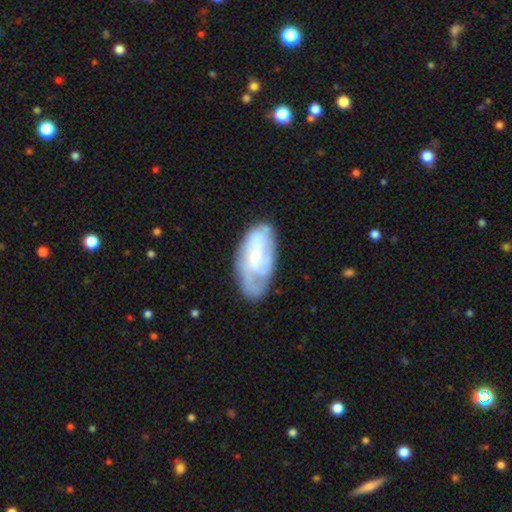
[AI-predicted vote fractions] This appears to be a featured or disk galaxy (68%) with no bar (61%), tight (44%) spiral arms (84%) and a small central bulge (63%). Merging: none (65%).